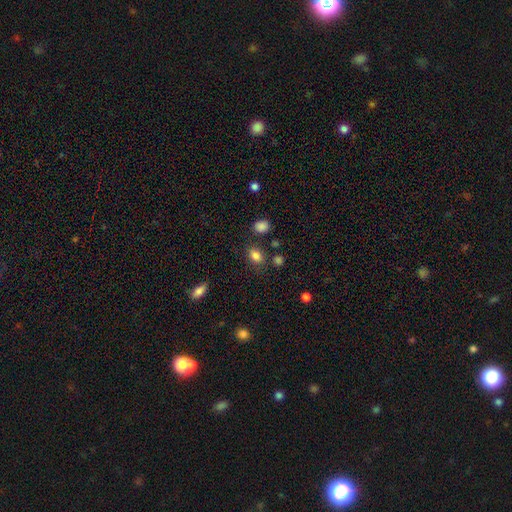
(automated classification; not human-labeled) The model was most divided on "how rounded": in between: 73%, round: 26%, cigar-shaped: 2%. More confident: smooth or featured — smooth (84%); merging — none (77%).